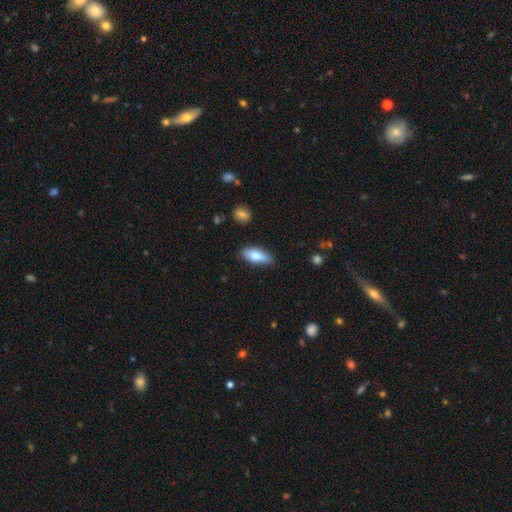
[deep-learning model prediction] smooth_or_featured: smooth (p=0.78) [alt: featured or disk p=0.16]
how_rounded: in between (p=0.74) [alt: cigar-shaped p=0.24]
merging: none (p=0.80) [alt: minor disturbance p=0.15]